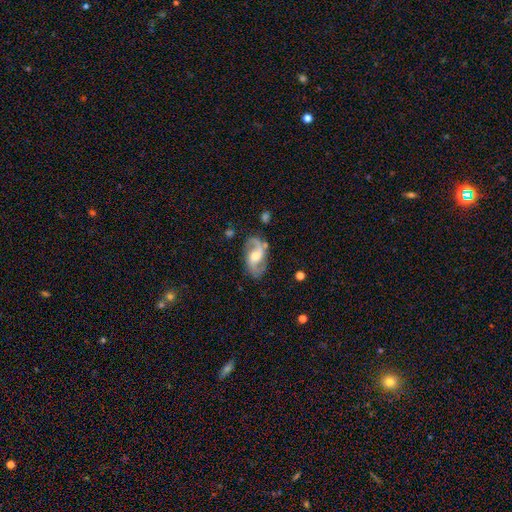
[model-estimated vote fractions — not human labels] Overall: featured or disk (85%). Edge-on disk: no (97%). Bar: weak (45%; no 42%). Spiral arms: yes (96%). Spiral arm count: 2 (91%). Spiral winding: medium (46%; loose 42%). Bulge size: moderate (60%). Merging: none (77%).